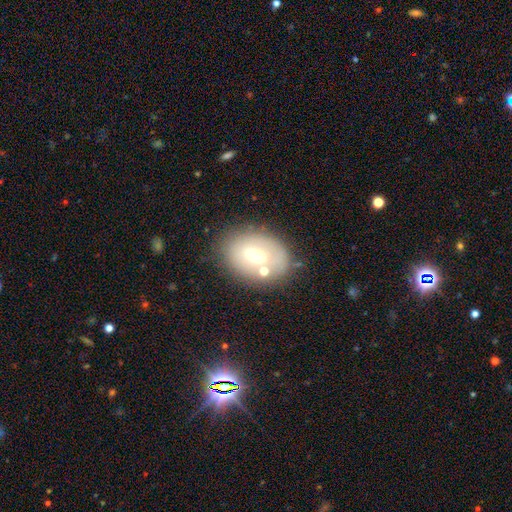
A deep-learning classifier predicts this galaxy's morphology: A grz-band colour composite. It shows a smooth galaxy with no disk features (55%) that is in between round and cigar-shaped (78%). Merging: none (70%).